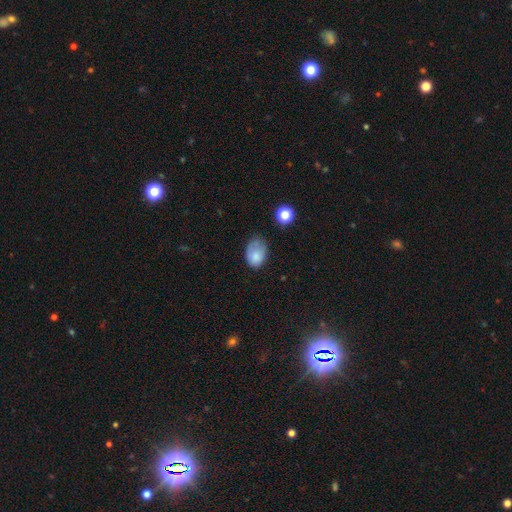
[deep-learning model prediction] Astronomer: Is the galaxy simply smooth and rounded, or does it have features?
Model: smooth — 80%.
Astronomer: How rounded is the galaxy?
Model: in between — 78%.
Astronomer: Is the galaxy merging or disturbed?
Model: none — 45% (runner-up: minor disturbance, 37%).